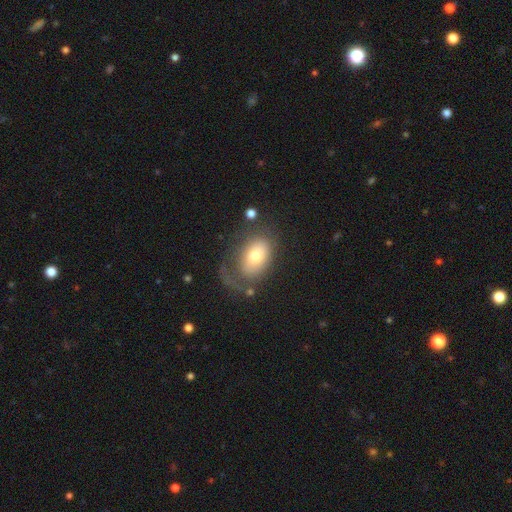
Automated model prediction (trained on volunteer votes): Smooth or featured? smooth (64%)
How rounded? in between (79%)
Merging? none (42%)